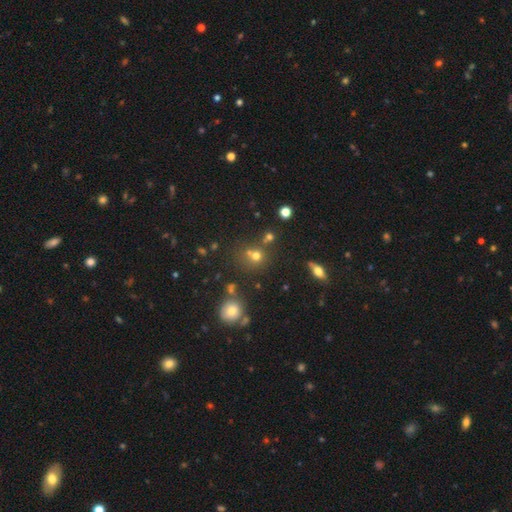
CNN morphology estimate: smooth-or-featured: smooth: 65% | star or artifact: 22% | featured or disk: 13%
  how-rounded: round: 86% | in between: 13% | cigar-shaped: 1%
  merging: none: 61% | merger: 25% | minor disturbance: 10% | major disturbance: 5%